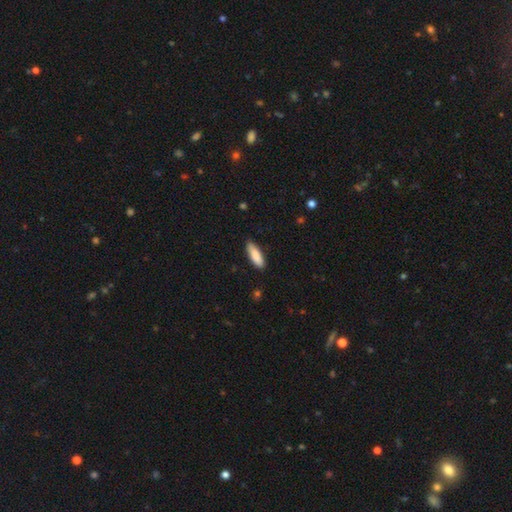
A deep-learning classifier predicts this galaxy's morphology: Smooth or featured? Predicted: smooth (p=0.87). How rounded? Predicted: in between (p=0.54). Merging? Predicted: none (p=0.86).